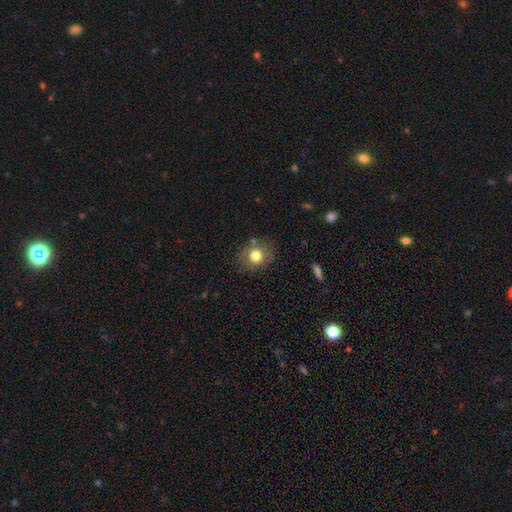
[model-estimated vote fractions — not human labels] Morphology: type=smooth (76%); roundness=round (71%); merging=none (78%).